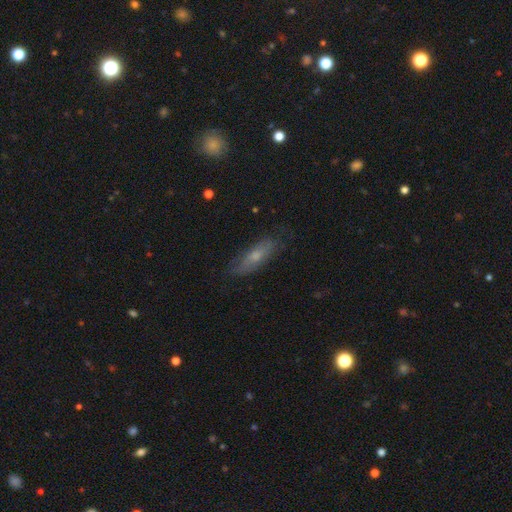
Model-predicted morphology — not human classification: Smooth or featured?
  - smooth: 53% *
  - featured or disk: 39%
  - star or artifact: 9%
How rounded?
  - cigar-shaped: 55% *
  - in between: 42%
  - round: 3%
Merging?
  - none: 75% *
  - minor disturbance: 18%
  - major disturbance: 5%
  - merger: 1%